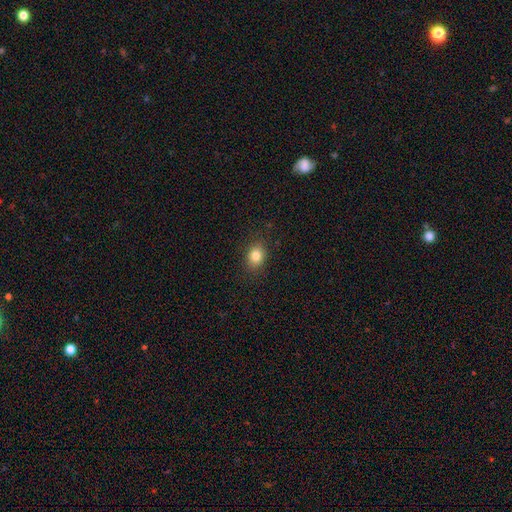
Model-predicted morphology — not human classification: Smooth or featured: smooth — 83% (star or artifact — 10%)
How rounded: in between — 51% (round — 48%)
Merging: none — 88% (minor disturbance — 9%)